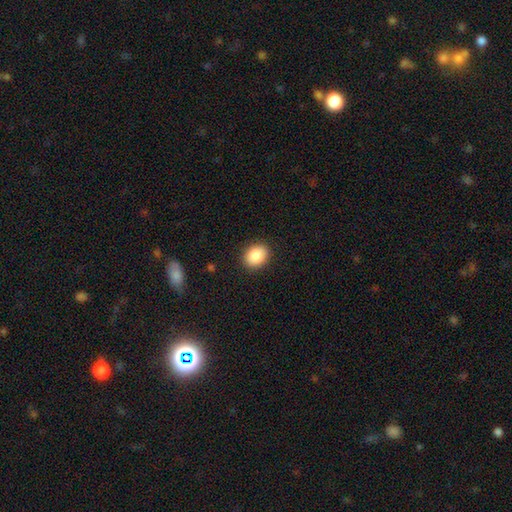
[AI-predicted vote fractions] Smooth or featured? smooth (88%)
How rounded? in between (52%)
Merging? none (90%)